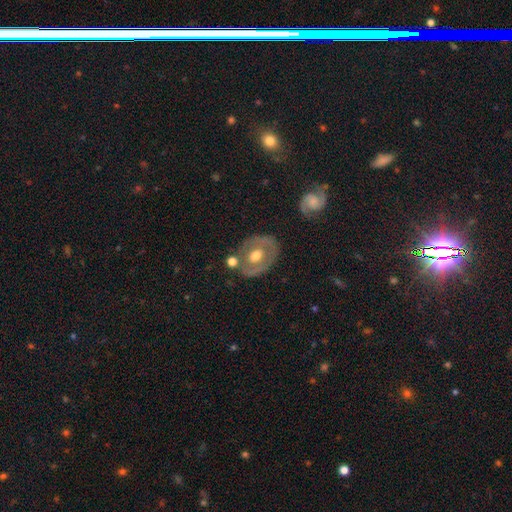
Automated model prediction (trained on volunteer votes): Smooth or featured: featured or disk — 54% (smooth — 39%)
Edge-on disk: no — 93% (yes — 7%)
Bar: no — 76% (weak — 18%)
Spiral arms: no — 79% (yes — 21%)
Bulge size: moderate — 74% (large — 15%)
Merging: none — 69% (minor disturbance — 17%)